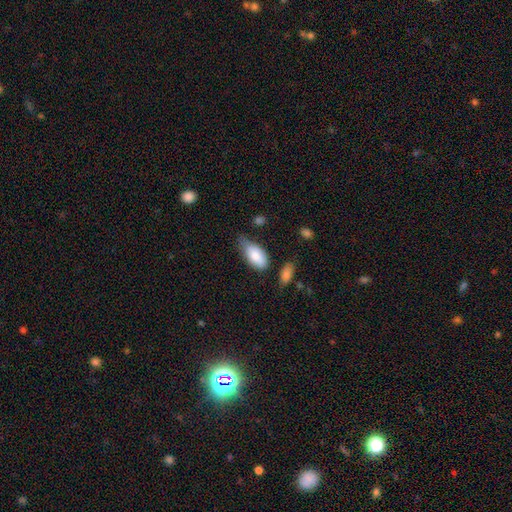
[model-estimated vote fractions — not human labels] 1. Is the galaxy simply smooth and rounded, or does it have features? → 81% smooth, 12% featured or disk, 6% star or artifact.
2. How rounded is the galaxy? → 92% in between, 5% cigar-shaped, 3% round.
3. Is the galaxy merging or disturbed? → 46% minor disturbance, 36% none, 13% major disturbance, 4% merger.